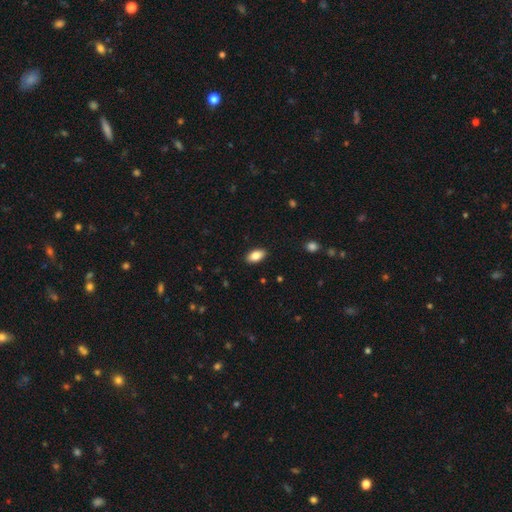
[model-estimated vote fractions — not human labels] Smooth or featured: smooth — 85% (featured or disk — 8%)
How rounded: in between — 93% (round — 4%)
Merging: none — 89% (minor disturbance — 8%)